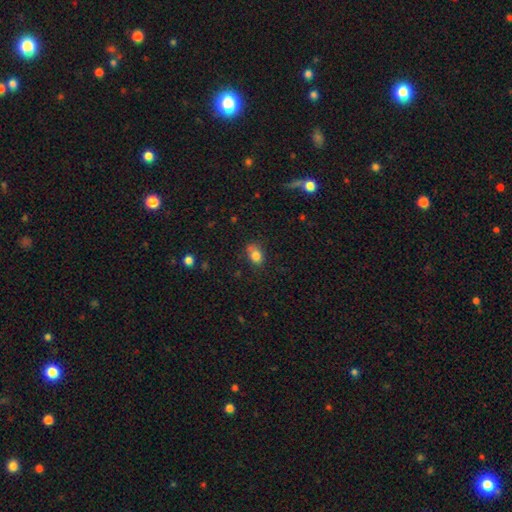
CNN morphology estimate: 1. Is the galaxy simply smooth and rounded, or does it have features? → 81% smooth, 11% star or artifact, 8% featured or disk.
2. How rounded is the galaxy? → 71% in between, 27% round, 2% cigar-shaped.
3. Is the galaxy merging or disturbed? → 62% none, 26% minor disturbance, 7% major disturbance, 5% merger.